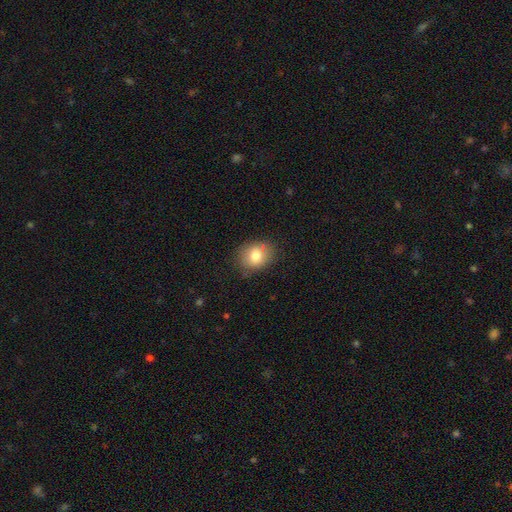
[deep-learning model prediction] A smooth galaxy with no disk features (78%) that is round (57%).

Vote fractions:
- Smooth or featured? smooth: 78% / featured or disk: 12% / star or artifact: 10%
- How rounded? round: 57% / in between: 42% / cigar-shaped: 1%
- Merging? none: 75% / minor disturbance: 17% / major disturbance: 4% / merger: 4%